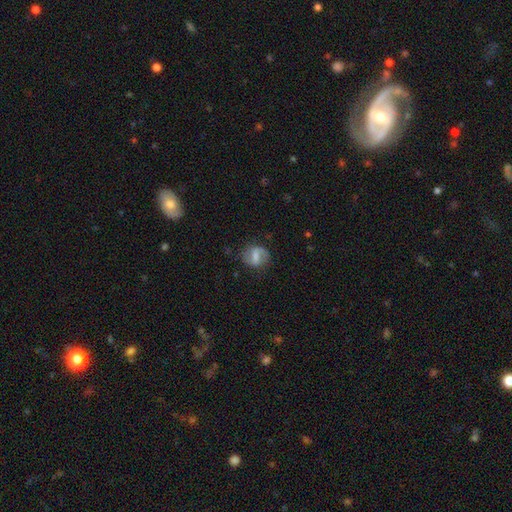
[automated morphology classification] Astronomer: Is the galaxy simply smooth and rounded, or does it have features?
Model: featured or disk — 60%.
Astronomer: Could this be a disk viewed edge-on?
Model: no — 96%.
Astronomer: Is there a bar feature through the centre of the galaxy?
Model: strong — 45% (runner-up: weak, 41%).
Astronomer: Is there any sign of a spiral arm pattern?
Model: yes — 82%.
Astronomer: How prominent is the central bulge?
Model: small — 35% (runner-up: moderate, 31%).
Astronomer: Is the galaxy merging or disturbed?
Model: none — 74%.